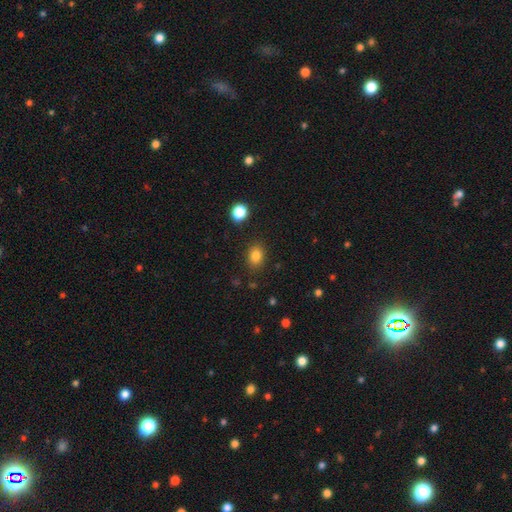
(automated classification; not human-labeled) smooth_or_featured: smooth (p=0.83) [alt: star or artifact p=0.11]
how_rounded: in between (p=0.63) [alt: round p=0.36]
merging: none (p=0.85) [alt: minor disturbance p=0.10]